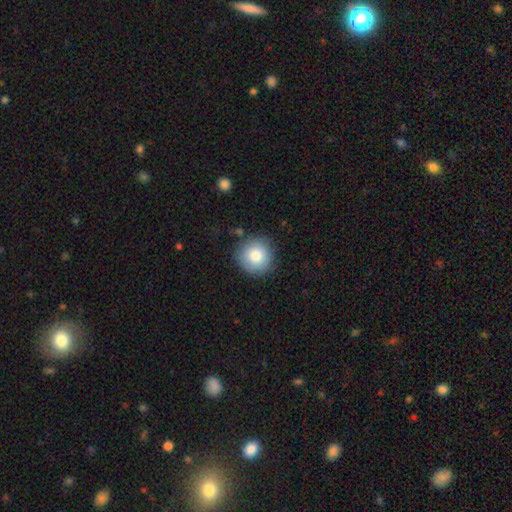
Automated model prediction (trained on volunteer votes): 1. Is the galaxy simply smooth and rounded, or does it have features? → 82% smooth, 10% featured or disk, 8% star or artifact.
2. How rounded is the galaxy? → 93% round, 6% in between, 1% cigar-shaped.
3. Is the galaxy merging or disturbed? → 85% none, 10% minor disturbance, 3% major disturbance, 2% merger.